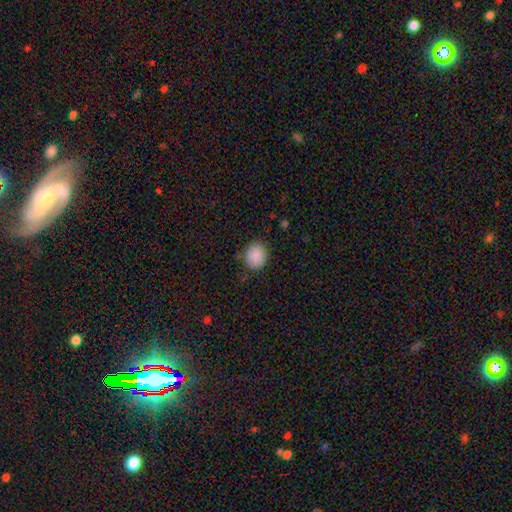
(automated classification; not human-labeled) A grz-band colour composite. It shows a smooth galaxy with no disk features (87%) that is round (64%). Merging: none (82%).